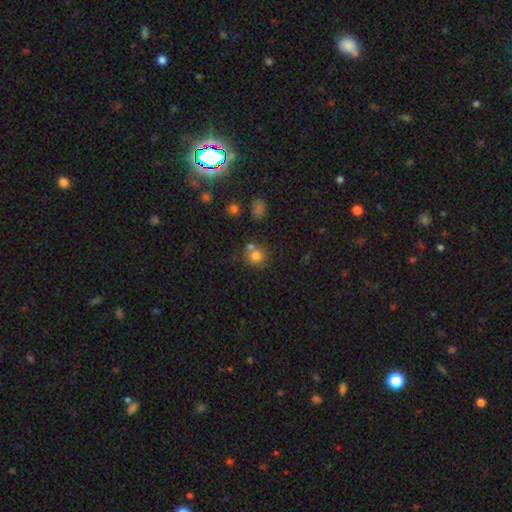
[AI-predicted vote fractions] A smooth galaxy with no disk features (77%) that is round (86%).

Vote fractions:
- Smooth or featured? smooth: 77% / star or artifact: 13% / featured or disk: 10%
- How rounded? round: 86% / in between: 13% / cigar-shaped: 1%
- Merging? none: 60% / merger: 25% / minor disturbance: 11% / major disturbance: 4%